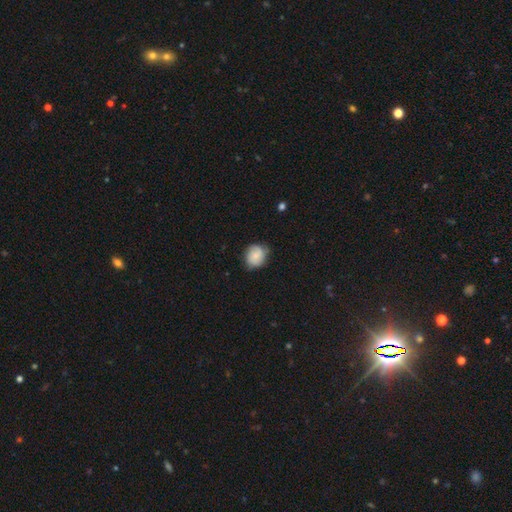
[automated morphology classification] Smooth or featured?
  - smooth: 68% *
  - featured or disk: 24%
  - star or artifact: 8%
How rounded?
  - round: 71% *
  - in between: 28%
  - cigar-shaped: 1%
Merging?
  - none: 72% *
  - minor disturbance: 22%
  - major disturbance: 5%
  - merger: 1%